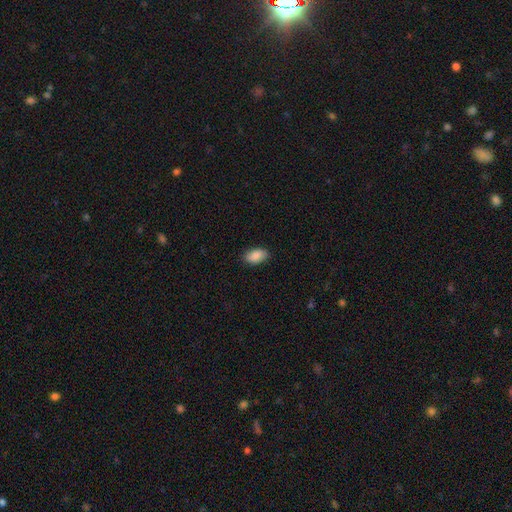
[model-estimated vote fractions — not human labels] This is clearly a smooth galaxy (88%). How rounded: clearly in between (93%). Merging: clearly none (86%).